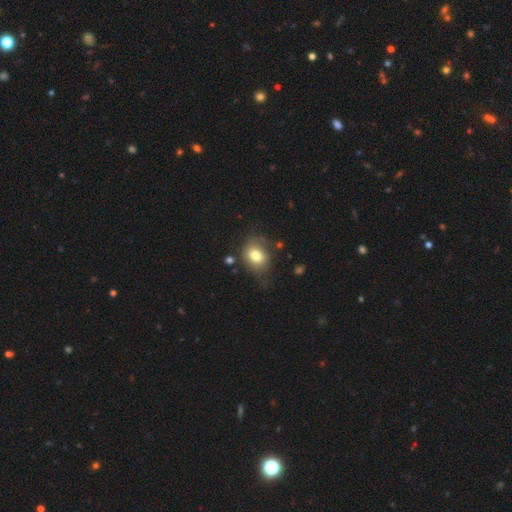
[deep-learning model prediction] A smooth galaxy with no disk features (77%) that is round (50%).

Vote fractions:
- Smooth or featured? smooth: 77% / featured or disk: 13% / star or artifact: 10%
- How rounded? round: 50% / in between: 49% / cigar-shaped: 1%
- Merging? none: 57% / minor disturbance: 29% / major disturbance: 11% / merger: 4%